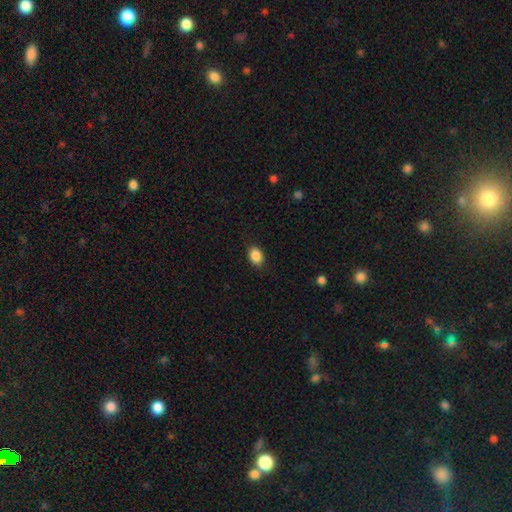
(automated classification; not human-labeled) Smooth or featured? smooth (88%)
How rounded? in between (69%)
Merging? none (87%)